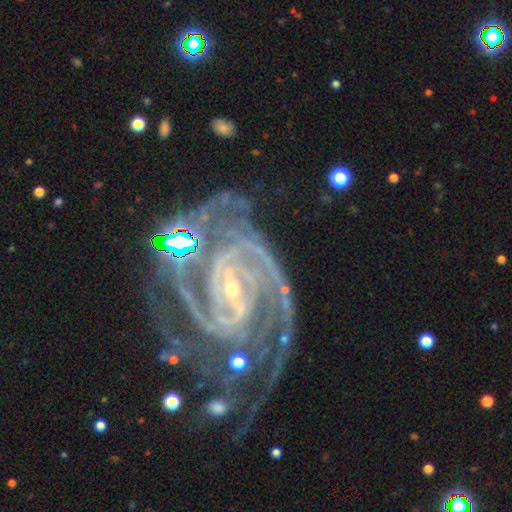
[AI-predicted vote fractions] This is clearly a featured or disk galaxy (93%). It is clearly not viewed edge-on (98%). Bar: marginally weak (34%, tied with strong). Spiral arm pattern: clearly yes (99%). Spiral arm count: marginally 2 (36%). Spiral winding: likely tight (62%). Central bulge: clearly small (84%). Merging: possibly none (52%).